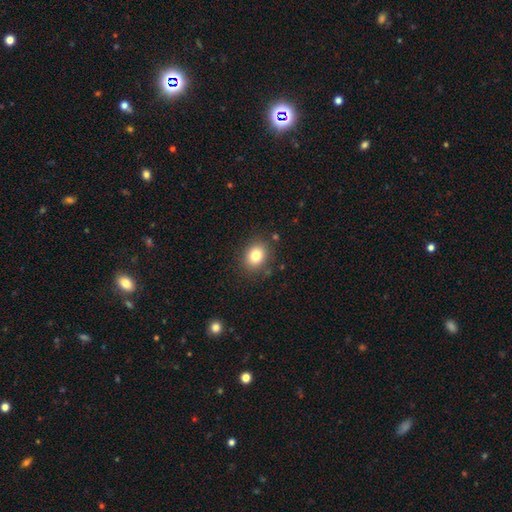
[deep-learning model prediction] A smooth galaxy with no disk features (80%) that is round (57%).

Vote fractions:
- Smooth or featured? smooth: 80% / star or artifact: 11% / featured or disk: 8%
- How rounded? round: 57% / in between: 42% / cigar-shaped: 1%
- Merging? none: 86% / minor disturbance: 9% / major disturbance: 3% / merger: 2%